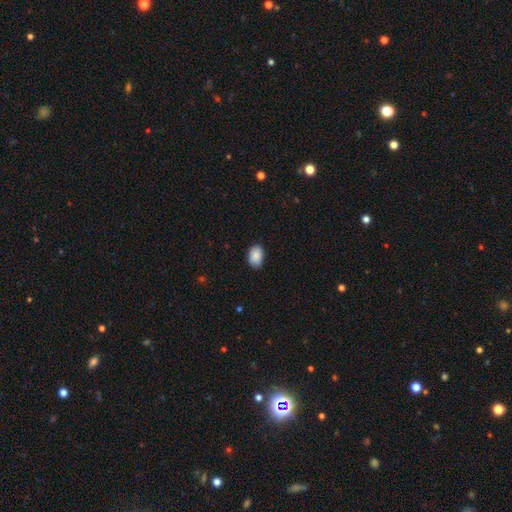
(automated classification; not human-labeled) smooth 89%, star or artifact 7%, featured or disk 5%. Down the decision tree: how rounded — in between (87%); merging — none (81%).